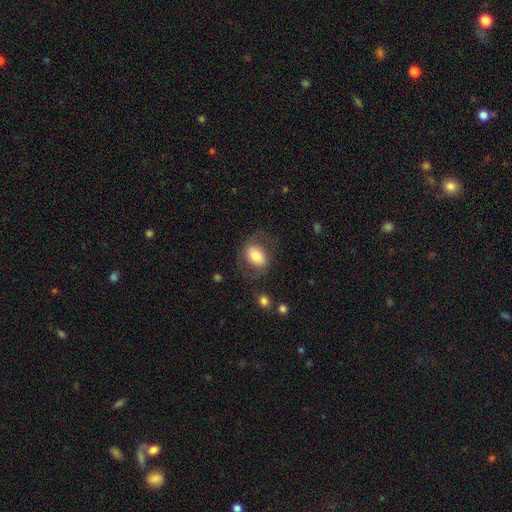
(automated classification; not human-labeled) smooth-or-featured: smooth: 67% | featured or disk: 26% | star or artifact: 7%
  how-rounded: in between: 71% | round: 28% | cigar-shaped: 1%
  merging: none: 66% | minor disturbance: 18% | major disturbance: 14% | merger: 2%